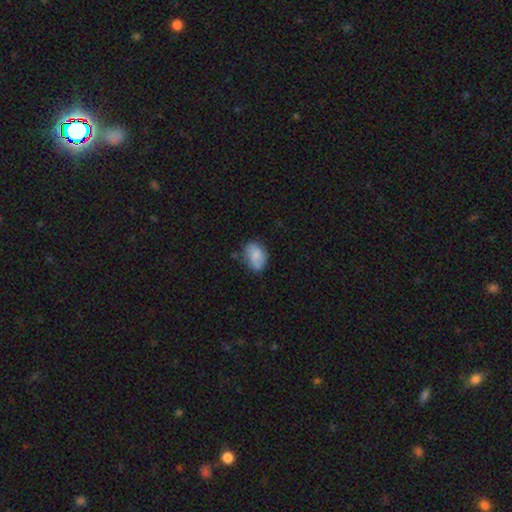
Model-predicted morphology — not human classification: The model was most divided on "merging": none: 61%, minor disturbance: 29%, major disturbance: 7%, merger: 4%. More confident: how rounded — in between (81%); smooth or featured — smooth (74%).